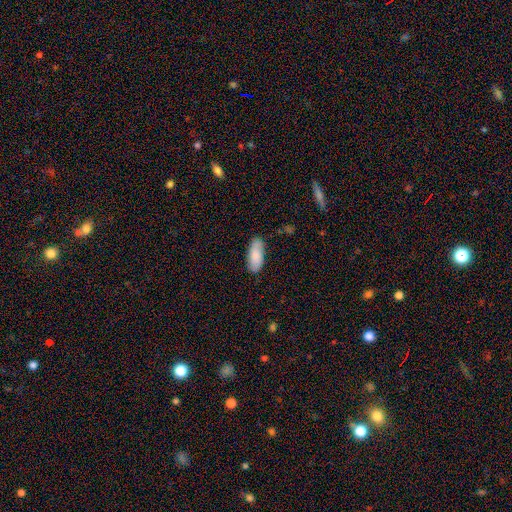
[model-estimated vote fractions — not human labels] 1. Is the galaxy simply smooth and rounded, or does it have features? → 81% smooth, 13% featured or disk, 6% star or artifact.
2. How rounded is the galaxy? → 85% in between, 13% cigar-shaped, 2% round.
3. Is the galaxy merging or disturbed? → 81% none, 15% minor disturbance, 3% major disturbance, 1% merger.